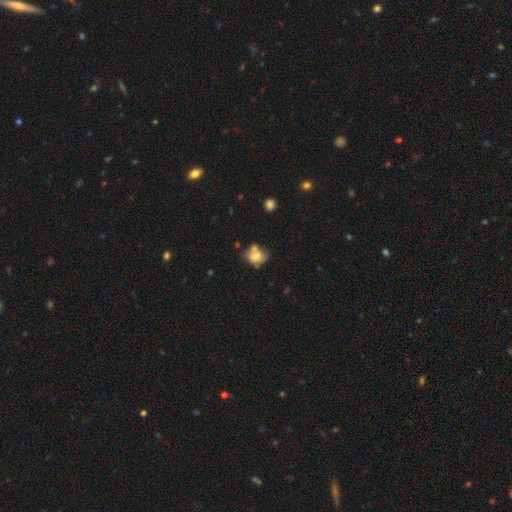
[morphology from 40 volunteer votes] This appears to be a smooth galaxy with no disk features (60%) that is in between round and cigar-shaped (71%). Merging: none (42%).